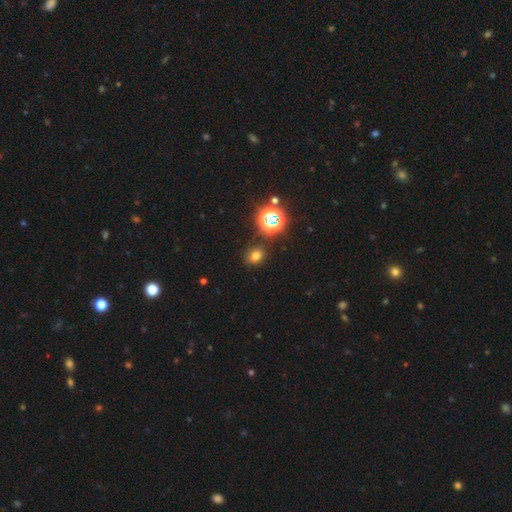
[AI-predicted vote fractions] smooth-or-featured: smooth: 66% | star or artifact: 26% | featured or disk: 8%
  how-rounded: round: 64% | in between: 35% | cigar-shaped: 1%
  merging: none: 83% | minor disturbance: 10% | merger: 4% | major disturbance: 3%